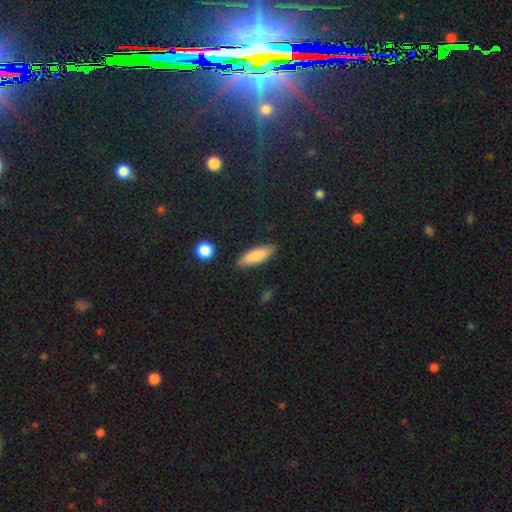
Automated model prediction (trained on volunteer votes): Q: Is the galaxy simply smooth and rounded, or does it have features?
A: smooth — 85%.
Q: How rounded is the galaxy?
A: in between — 63%.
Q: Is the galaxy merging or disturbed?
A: none — 84%.